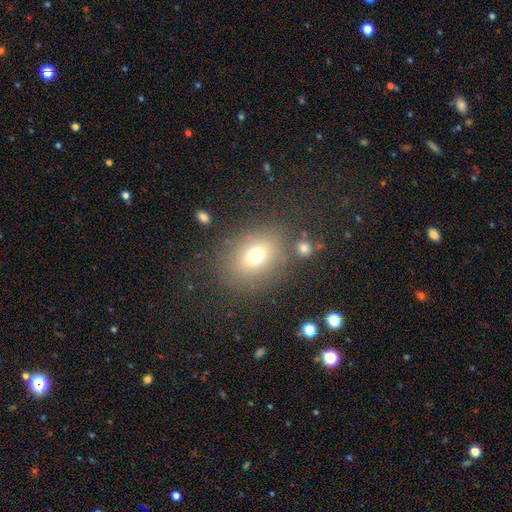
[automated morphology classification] Smooth or featured?
  - smooth: 71% *
  - star or artifact: 16%
  - featured or disk: 13%
How rounded?
  - in between: 50% *
  - round: 48%
  - cigar-shaped: 1%
Merging?
  - none: 75% *
  - minor disturbance: 12%
  - major disturbance: 6%
  - merger: 6%